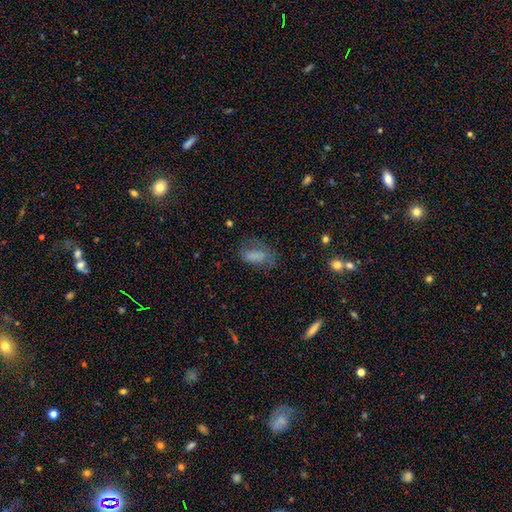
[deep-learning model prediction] The model was most divided on "merging": none: 48%, minor disturbance: 27%, major disturbance: 22%, merger: 2%. More confident: how rounded — in between (85%); smooth or featured — smooth (74%).